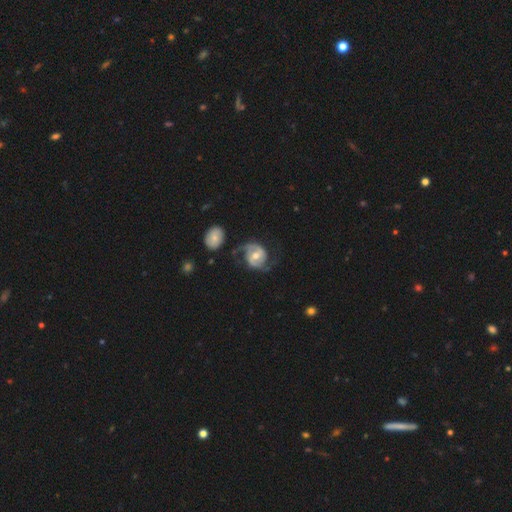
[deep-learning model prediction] Smooth or featured?
  - featured or disk: 82% *
  - smooth: 13%
  - star or artifact: 5%
Edge-on disk?
  - no: 98% *
  - yes: 2%
Bar?
  - weak: 42% *
  - no: 37%
  - strong: 22%
Spiral arms?
  - yes: 93% *
  - no: 7%
Spiral winding?
  - medium: 50% *
  - loose: 27%
  - tight: 23%
Spiral arm count?
  - 2: 89% *
  - can't tell: 5%
  - 1: 3%
  - 3: 2%
  - 4: 1%
  - more than 4: 1%
Bulge size?
  - moderate: 67% *
  - small: 26%
  - large: 5%
  - none: 1%
  - dominant: 1%
Merging?
  - none: 65% *
  - minor disturbance: 18%
  - major disturbance: 13%
  - merger: 4%